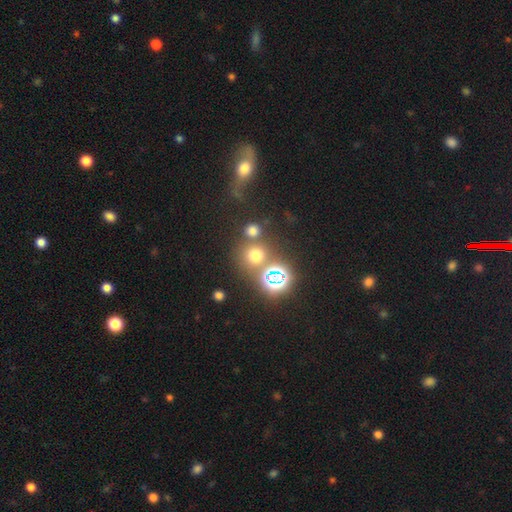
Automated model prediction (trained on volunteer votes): smooth 60%, star or artifact 32%, featured or disk 7%. Down the decision tree: how rounded — round (90%); merging — none (69%).